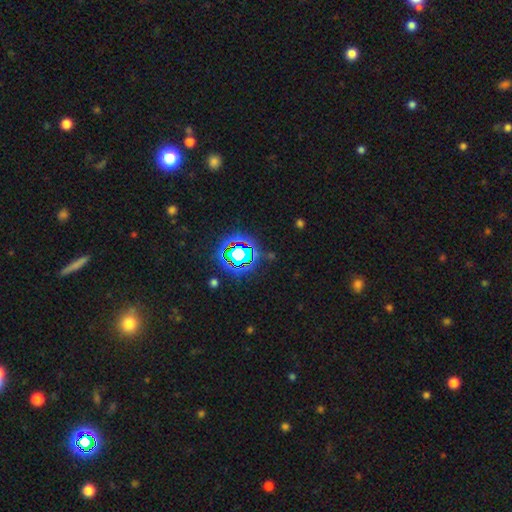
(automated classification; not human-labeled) This is likely a star or artifact rather than a galaxy (77%).